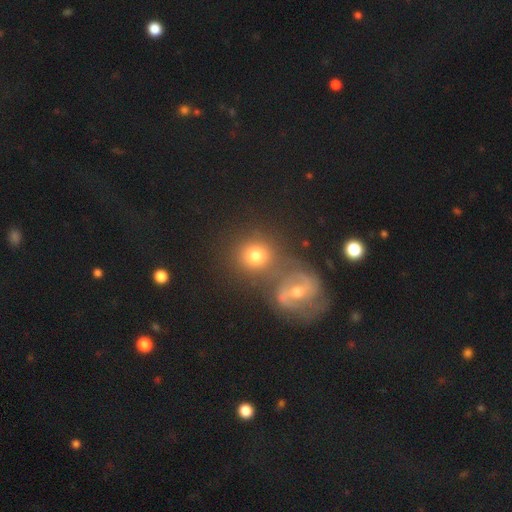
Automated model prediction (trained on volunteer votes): Smooth or featured: smooth — 69% (featured or disk — 20%)
How rounded: round — 85% (in between — 14%)
Merging: none — 58% (merger — 28%)